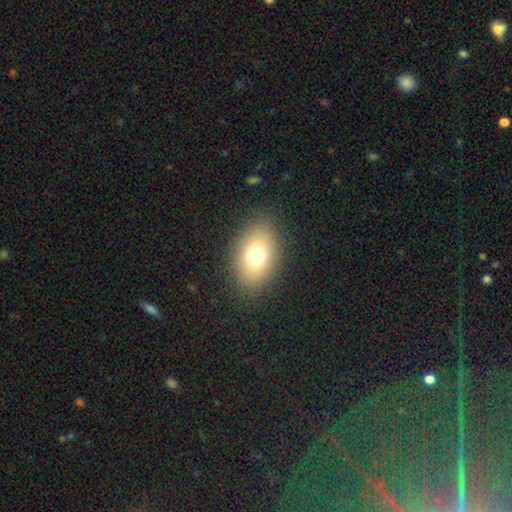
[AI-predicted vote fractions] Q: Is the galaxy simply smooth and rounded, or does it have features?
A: smooth — 73%.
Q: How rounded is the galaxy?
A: in between — 78%.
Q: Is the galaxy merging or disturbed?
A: none — 86%.